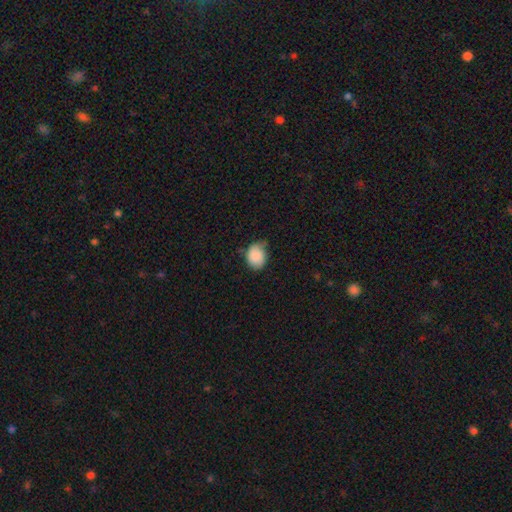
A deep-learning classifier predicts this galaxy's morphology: smooth-or-featured: smooth: 86% | star or artifact: 8% | featured or disk: 6%
  how-rounded: round: 54% | in between: 45% | cigar-shaped: 1%
  merging: none: 58% | minor disturbance: 33% | major disturbance: 6% | merger: 3%